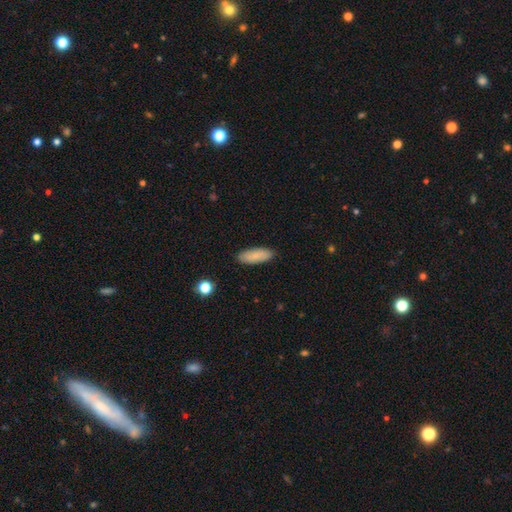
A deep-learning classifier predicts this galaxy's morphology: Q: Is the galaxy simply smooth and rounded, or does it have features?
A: smooth — 86%.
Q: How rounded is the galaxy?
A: in between — 69%.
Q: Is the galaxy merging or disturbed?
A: none — 88%.